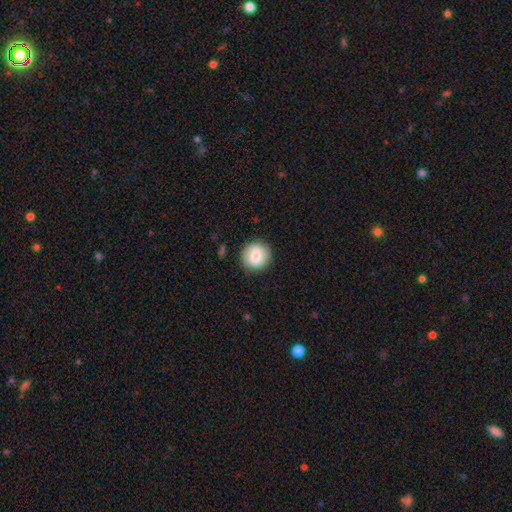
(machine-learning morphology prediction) Smooth or featured? smooth (71%)
How rounded? round (87%)
Merging? none (88%)